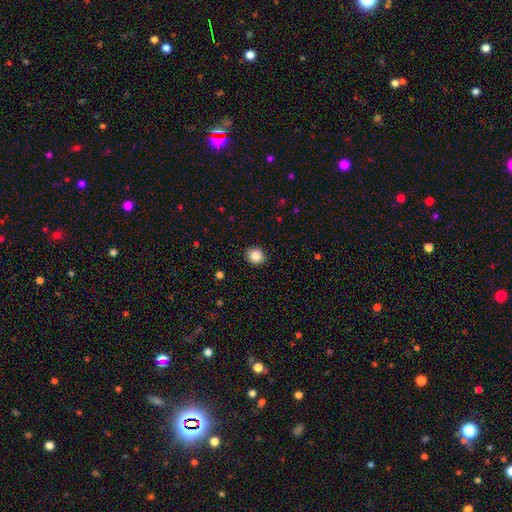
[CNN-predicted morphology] Smooth or featured?
  - smooth: 85% *
  - star or artifact: 10%
  - featured or disk: 6%
How rounded?
  - round: 80% *
  - in between: 19%
  - cigar-shaped: 1%
Merging?
  - none: 91% *
  - minor disturbance: 6%
  - major disturbance: 2%
  - merger: 1%